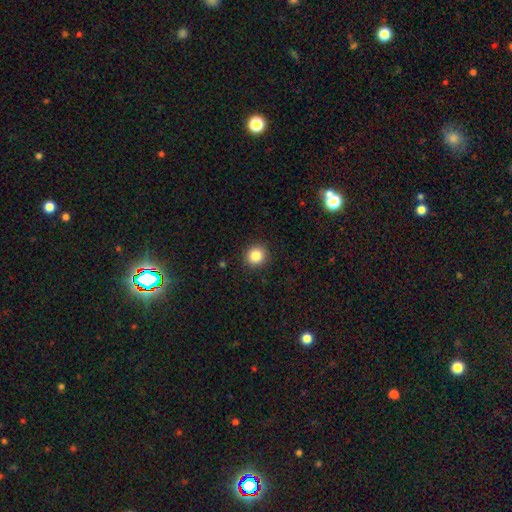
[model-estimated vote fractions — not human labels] This appears to be a smooth galaxy with no disk features (85%) that is round (91%). Merging: none (91%).